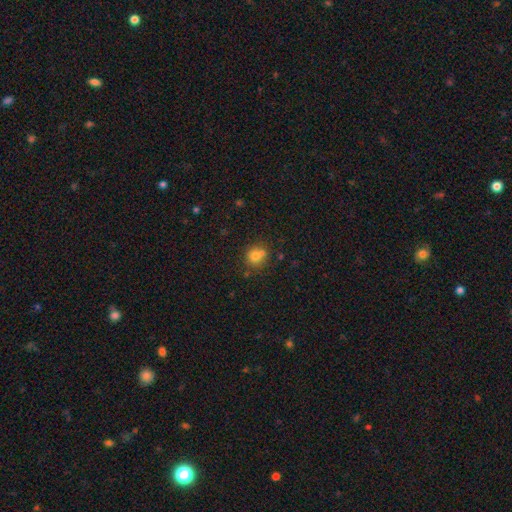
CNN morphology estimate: A smooth galaxy with no disk features (74%) that is round (83%). Merging: none (56%).